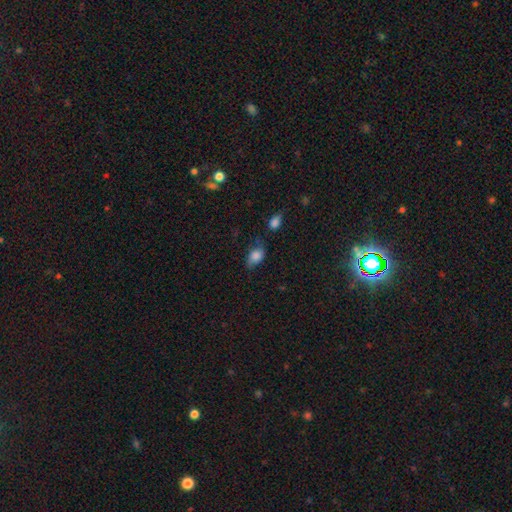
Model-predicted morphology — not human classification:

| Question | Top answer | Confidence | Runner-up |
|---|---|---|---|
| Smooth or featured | smooth | 80% | featured or disk (11%) |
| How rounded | in between | 82% | round (16%) |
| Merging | none | 49% | minor disturbance (33%) |